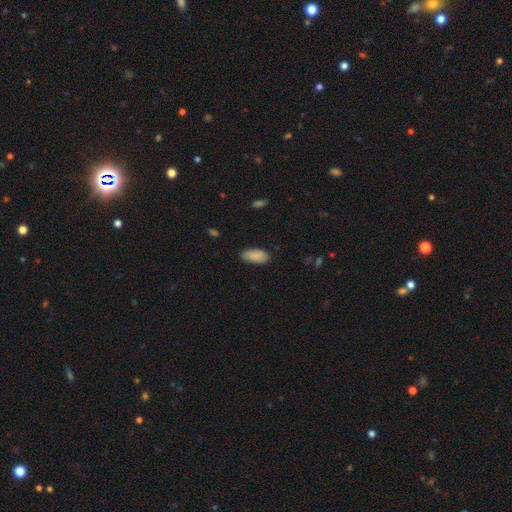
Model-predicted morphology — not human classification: Smooth or featured: smooth — 87% (star or artifact — 7%)
How rounded: in between — 92% (cigar-shaped — 6%)
Merging: none — 78% (minor disturbance — 18%)